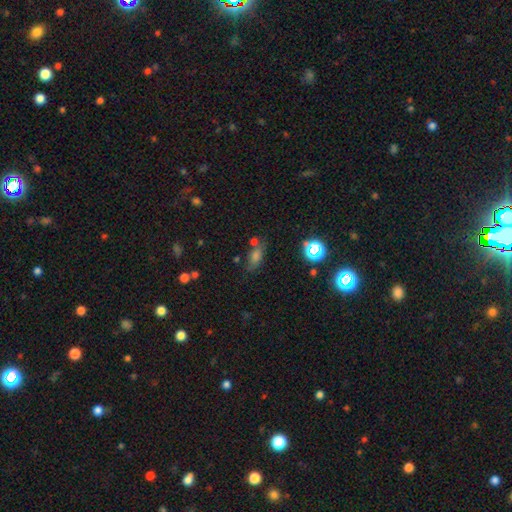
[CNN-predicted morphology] Smooth or featured: smooth — 59% (star or artifact — 28%)
How rounded: in between — 69% (cigar-shaped — 16%)
Merging: none — 68% (minor disturbance — 16%)